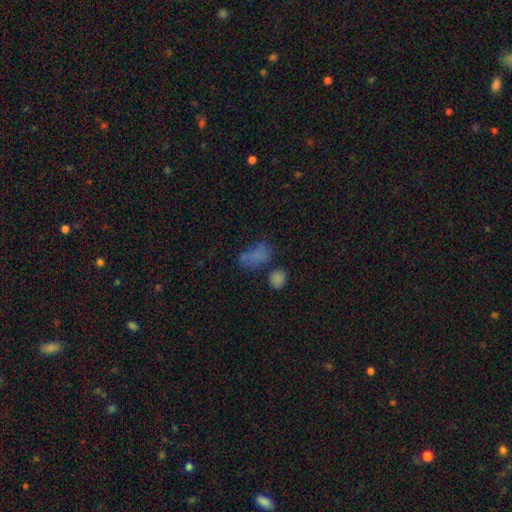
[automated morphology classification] A smooth galaxy with no disk features (65%) that is in between round and cigar-shaped (81%).

Vote fractions:
- Smooth or featured? smooth: 65% / star or artifact: 21% / featured or disk: 14%
- How rounded? in between: 81% / round: 15% / cigar-shaped: 5%
- Merging? none: 39% / merger: 22% / minor disturbance: 20% / major disturbance: 19%